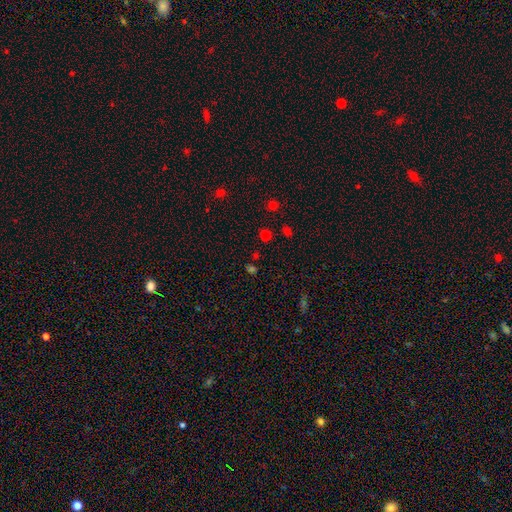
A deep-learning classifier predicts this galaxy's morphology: smooth 59%, star or artifact 36%, featured or disk 5%. Down the decision tree: how rounded — round (81%); merging — none (79%).